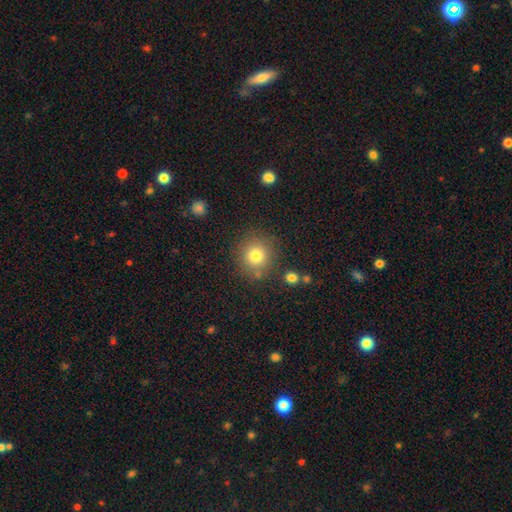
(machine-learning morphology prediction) This is likely a smooth galaxy (79%). How rounded: clearly round (90%). Merging: clearly none (81%).